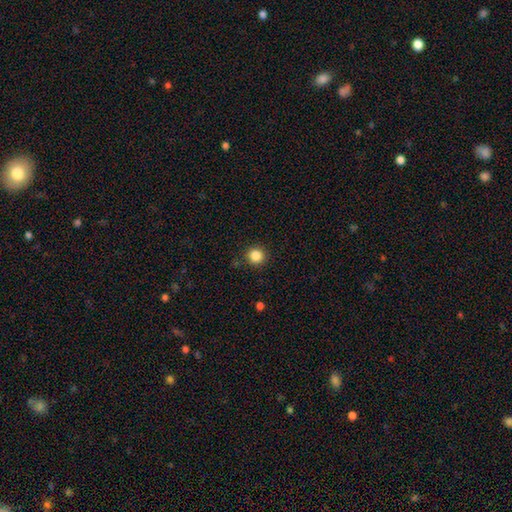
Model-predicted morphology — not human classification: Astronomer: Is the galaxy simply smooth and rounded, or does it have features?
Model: smooth — 85%.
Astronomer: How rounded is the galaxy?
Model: round — 93%.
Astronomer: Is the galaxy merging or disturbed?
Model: none — 89%.